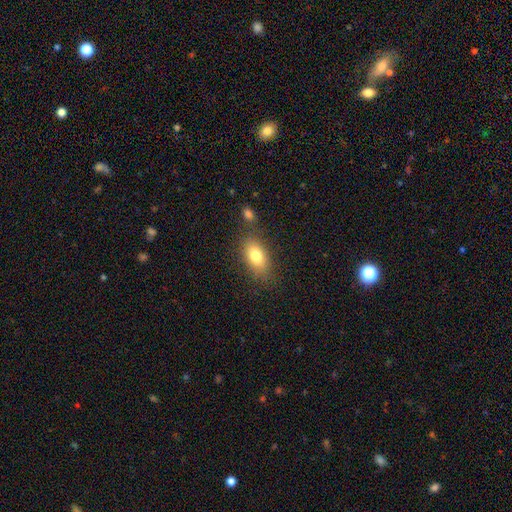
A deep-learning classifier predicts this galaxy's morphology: The model was most divided on "merging": none: 76%, minor disturbance: 13%, merger: 6%, major disturbance: 4%. More confident: how rounded — in between (87%); smooth or featured — smooth (79%).